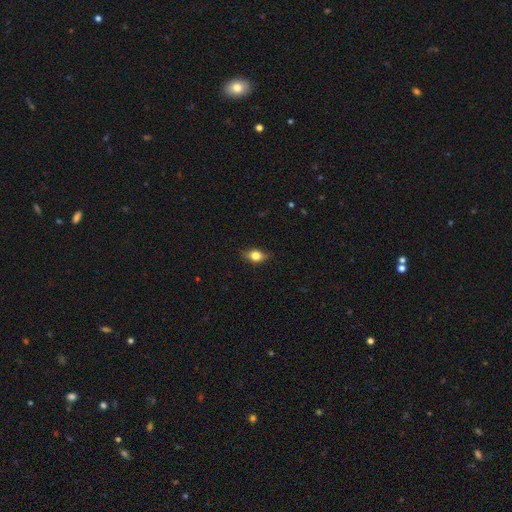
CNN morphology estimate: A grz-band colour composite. It shows a smooth galaxy with no disk features (72%) that is in between round and cigar-shaped (69%). Merging: none (81%).